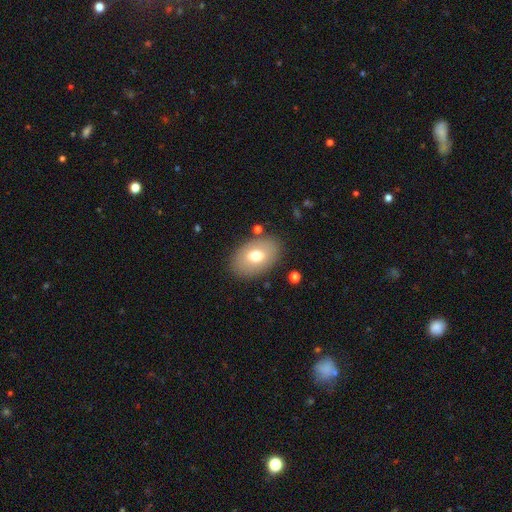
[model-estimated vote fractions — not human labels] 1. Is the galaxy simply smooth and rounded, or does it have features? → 70% smooth, 22% featured or disk, 8% star or artifact.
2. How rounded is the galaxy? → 86% in between, 13% round, 1% cigar-shaped.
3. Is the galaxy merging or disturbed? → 83% none, 11% minor disturbance, 4% major disturbance, 2% merger.